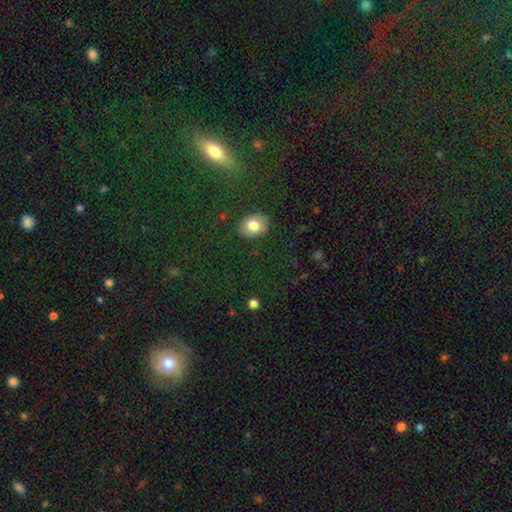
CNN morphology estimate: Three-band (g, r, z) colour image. It shows a smooth galaxy with no disk features (45%). Merging: none (81%).